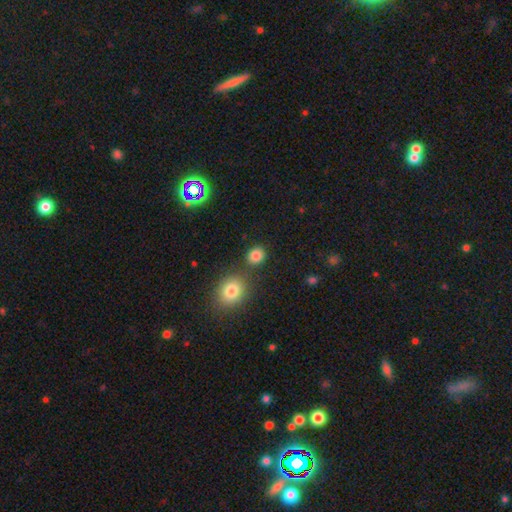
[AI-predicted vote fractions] Smooth or featured: smooth — 85% (star or artifact — 11%)
How rounded: round — 70% (in between — 29%)
Merging: none — 75% (merger — 11%)